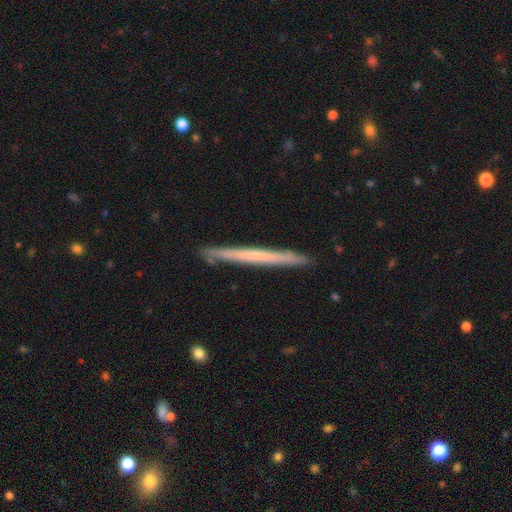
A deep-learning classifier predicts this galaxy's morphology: Q: Smooth or featured?
A: featured or disk (48%); runner-up: smooth (46%)
Q: Merging?
A: none (91%); runner-up: minor disturbance (7%)